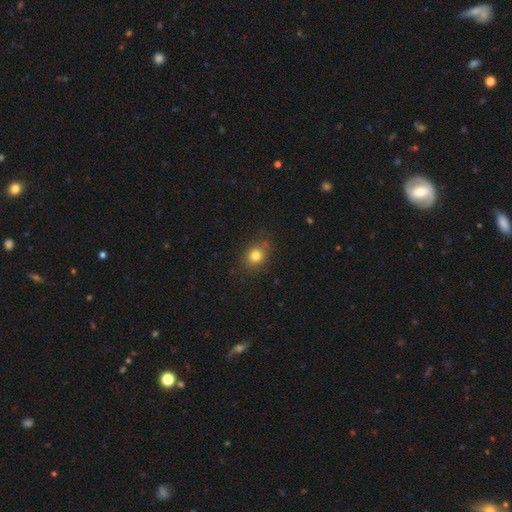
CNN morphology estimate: Smooth or featured?
  - smooth: 80% *
  - star or artifact: 12%
  - featured or disk: 8%
How rounded?
  - round: 64% *
  - in between: 35%
  - cigar-shaped: 1%
Merging?
  - none: 80% *
  - minor disturbance: 15%
  - major disturbance: 4%
  - merger: 2%